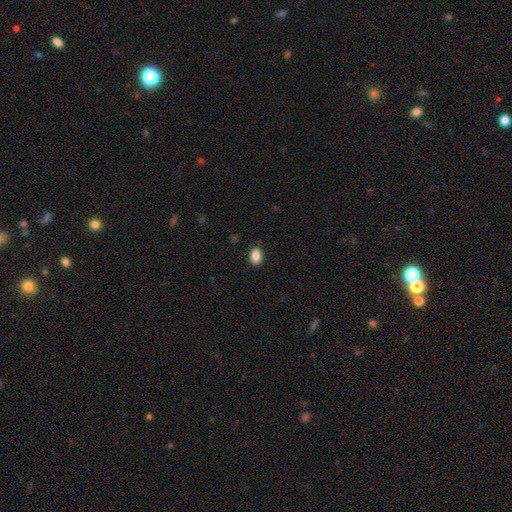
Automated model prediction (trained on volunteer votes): This is clearly a smooth galaxy (88%). How rounded: clearly in between (82%). Merging: clearly none (86%).